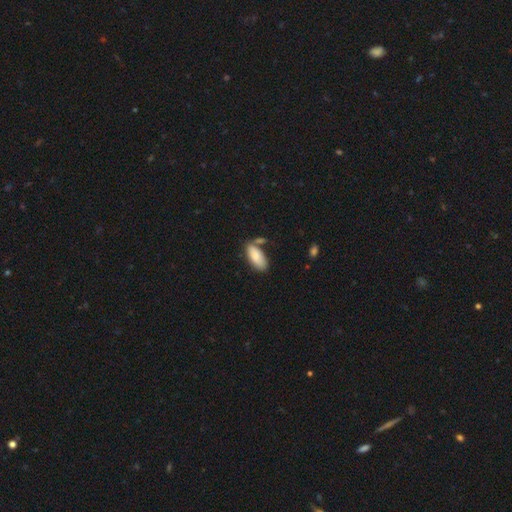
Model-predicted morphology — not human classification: A smooth galaxy with no disk features (84%) that is in between round and cigar-shaped (88%).

Vote fractions:
- Smooth or featured? smooth: 84% / featured or disk: 10% / star or artifact: 6%
- How rounded? in between: 88% / cigar-shaped: 10% / round: 2%
- Merging? none: 63% / minor disturbance: 18% / merger: 14% / major disturbance: 5%